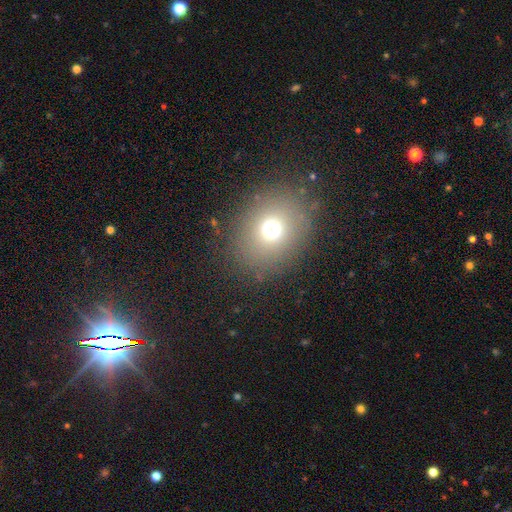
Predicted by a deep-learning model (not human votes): This is likely a smooth galaxy (66%). How rounded: possibly round (55%). Merging: clearly none (87%).